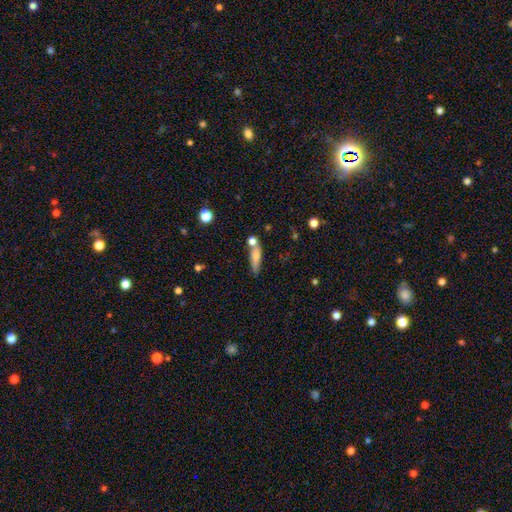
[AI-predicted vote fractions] This appears to be a smooth galaxy with no disk features (69%) that is cigar-shaped (67%). Merging: none (60%).